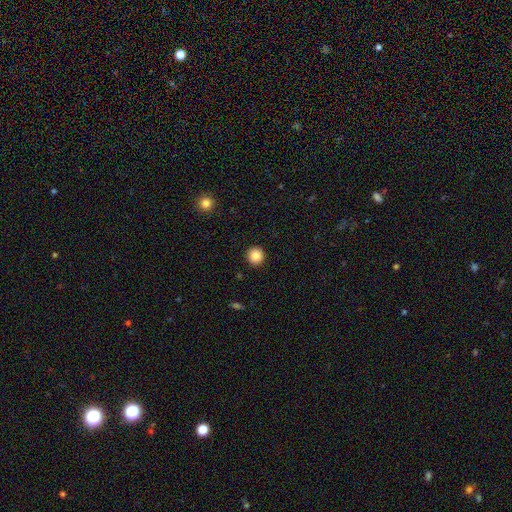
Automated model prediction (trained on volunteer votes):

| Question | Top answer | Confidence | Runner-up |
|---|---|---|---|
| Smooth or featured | smooth | 86% | star or artifact (10%) |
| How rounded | round | 94% | in between (5%) |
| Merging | none | 93% | minor disturbance (5%) |